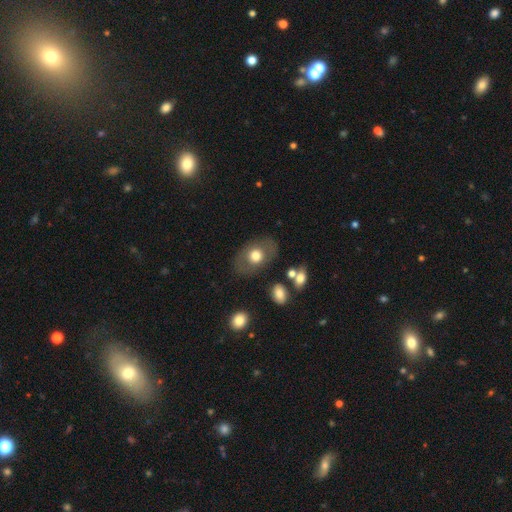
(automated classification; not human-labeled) Smooth or featured?
  - smooth: 65% *
  - featured or disk: 27%
  - star or artifact: 8%
How rounded?
  - in between: 71% *
  - round: 28%
  - cigar-shaped: 1%
Merging?
  - none: 79% *
  - minor disturbance: 13%
  - major disturbance: 6%
  - merger: 3%